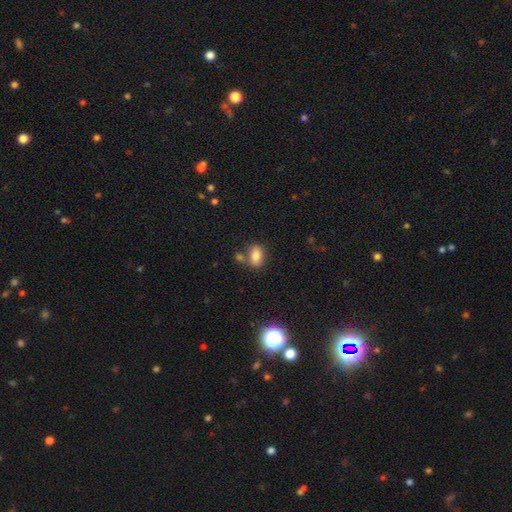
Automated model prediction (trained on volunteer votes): Smooth or featured? Predicted: smooth (p=0.82). How rounded? Predicted: in between (p=0.83). Merging? Predicted: none (p=0.64).